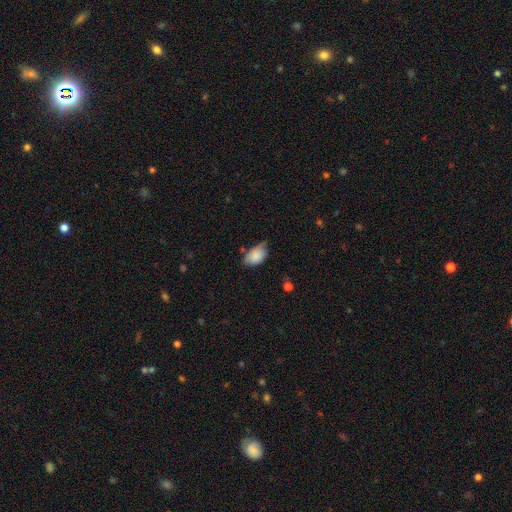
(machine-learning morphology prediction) This is clearly a smooth galaxy (83%). How rounded: clearly in between (90%). Merging: marginally minor disturbance (45%).